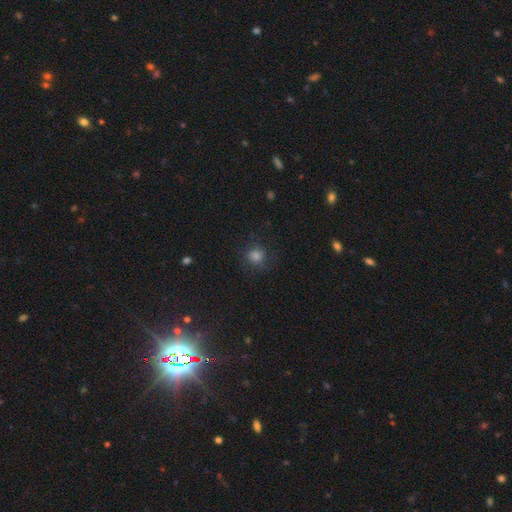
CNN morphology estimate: Overall: smooth (69%). How rounded: round (85%). Merging: none (76%).